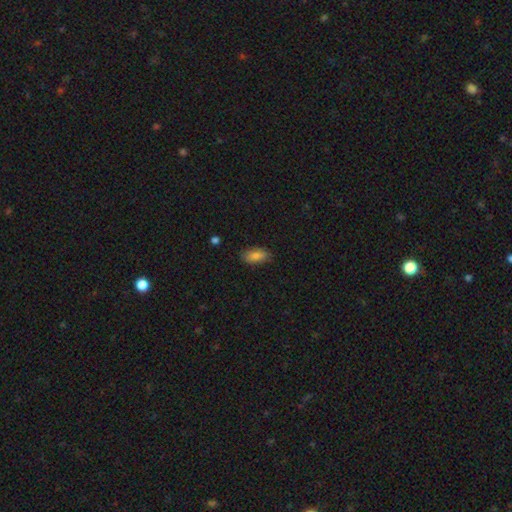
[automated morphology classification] smooth 84%, featured or disk 9%, star or artifact 7%. Down the decision tree: how rounded — in between (89%); merging — none (84%).